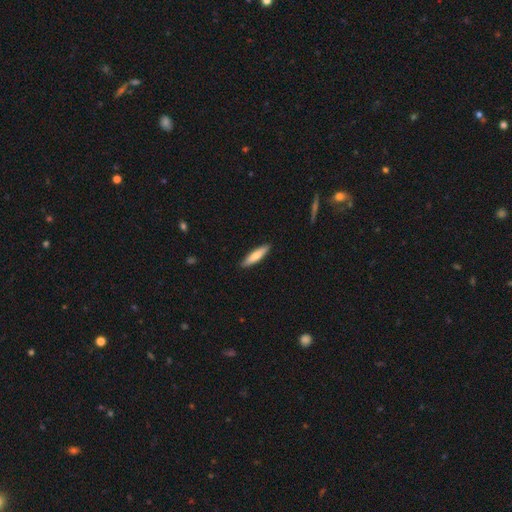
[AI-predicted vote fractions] A smooth galaxy with no disk features (73%) that is cigar-shaped (80%). Merging: none (91%).